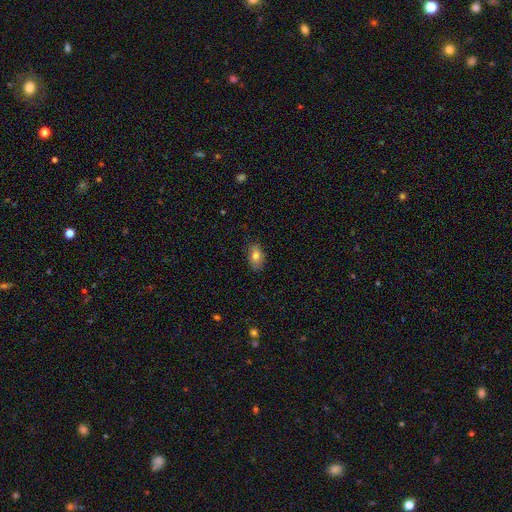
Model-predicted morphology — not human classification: A smooth galaxy with no disk features (78%) that is in between round and cigar-shaped (87%). Merging: none (82%).